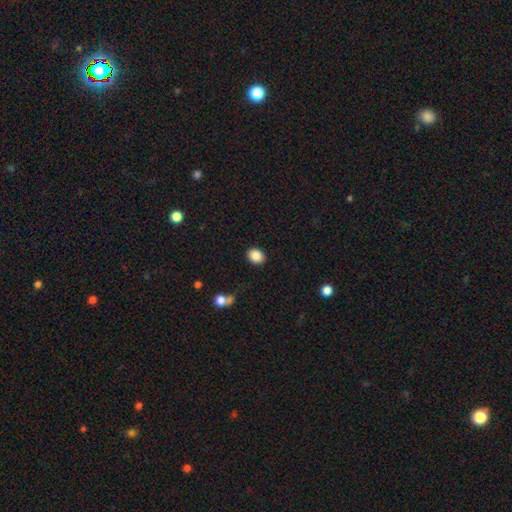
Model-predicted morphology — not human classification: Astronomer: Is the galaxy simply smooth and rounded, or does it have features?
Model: smooth — 87%.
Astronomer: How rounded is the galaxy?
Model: in between — 61% (runner-up: round, 38%).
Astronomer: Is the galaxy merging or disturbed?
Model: none — 88%.